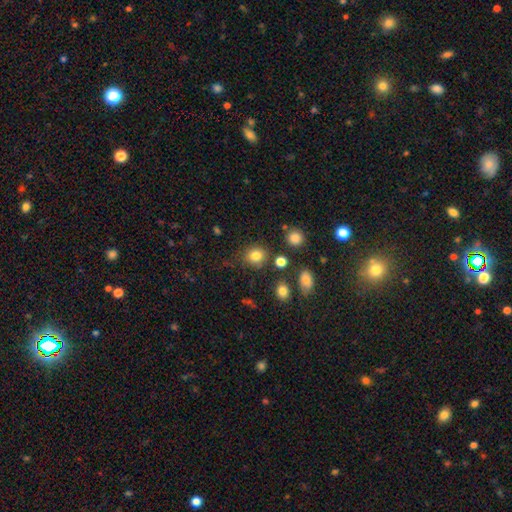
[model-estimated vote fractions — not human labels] This is clearly a smooth galaxy (80%). How rounded: likely round (77%). Merging: likely none (79%).